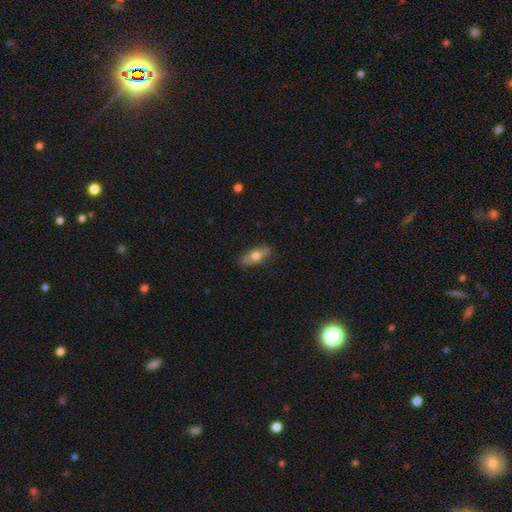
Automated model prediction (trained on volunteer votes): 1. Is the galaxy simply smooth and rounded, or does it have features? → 63% smooth, 30% featured or disk, 7% star or artifact.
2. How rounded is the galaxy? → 72% in between, 23% cigar-shaped, 5% round.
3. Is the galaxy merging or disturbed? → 85% none, 12% minor disturbance, 2% major disturbance, 1% merger.